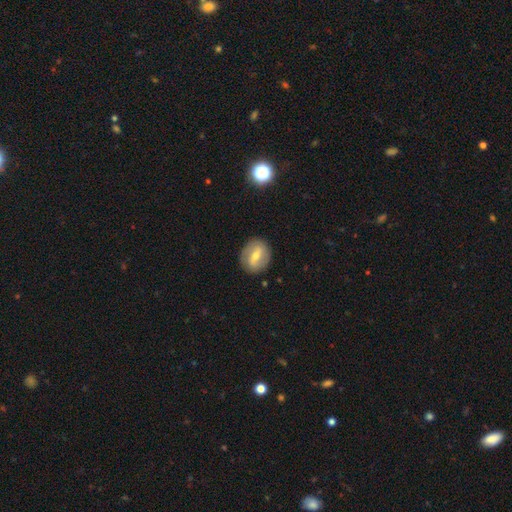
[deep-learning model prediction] smooth-or-featured: featured or disk: 57% | smooth: 35% | star or artifact: 8%
  disk-edge-on: no: 94% | yes: 6%
    bar: strong: 43% | weak: 42% | no: 15%
    has-spiral-arms: yes: 60% | no: 40%
    bulge-size: moderate: 51% | small: 43% | large: 2% | none: 2% | dominant: 1%
  merging: none: 85% | minor disturbance: 10% | major disturbance: 3% | merger: 1%